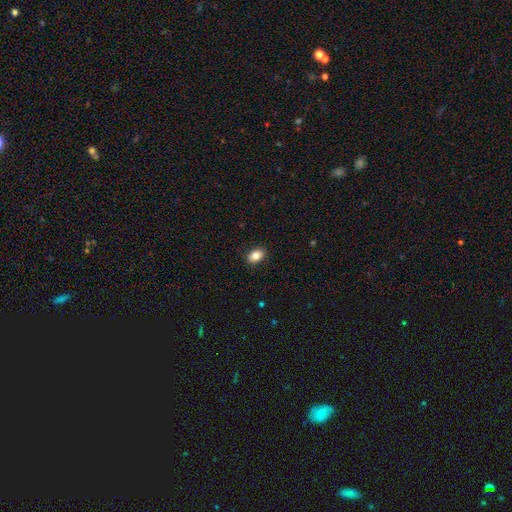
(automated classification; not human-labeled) Smooth or featured: smooth — 84% (star or artifact — 8%)
How rounded: in between — 86% (round — 13%)
Merging: none — 89% (minor disturbance — 8%)